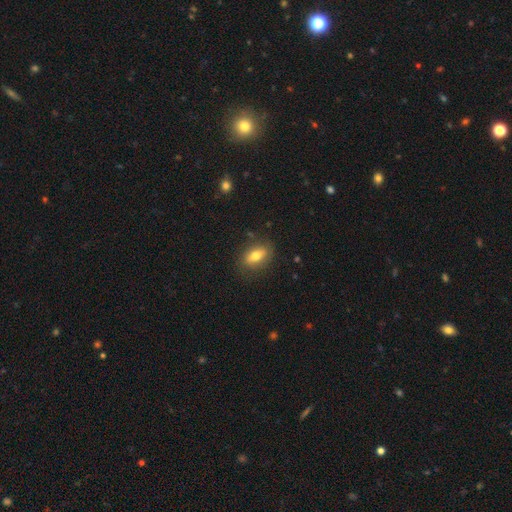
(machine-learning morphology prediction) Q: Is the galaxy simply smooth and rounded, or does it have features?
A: smooth — 69%.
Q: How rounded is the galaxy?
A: in between — 79%.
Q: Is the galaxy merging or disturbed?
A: none — 82%.